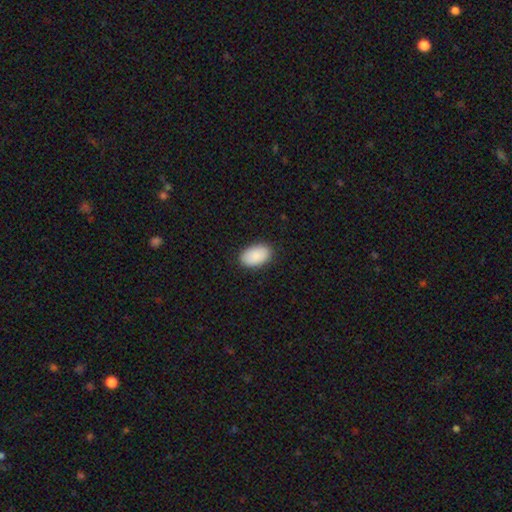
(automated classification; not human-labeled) A smooth galaxy with no disk features (91%) that is in between round and cigar-shaped (94%).

Vote fractions:
- Smooth or featured? smooth: 91% / star or artifact: 6% / featured or disk: 3%
- How rounded? in between: 94% / round: 5% / cigar-shaped: 1%
- Merging? none: 88% / minor disturbance: 9% / major disturbance: 2% / merger: 1%